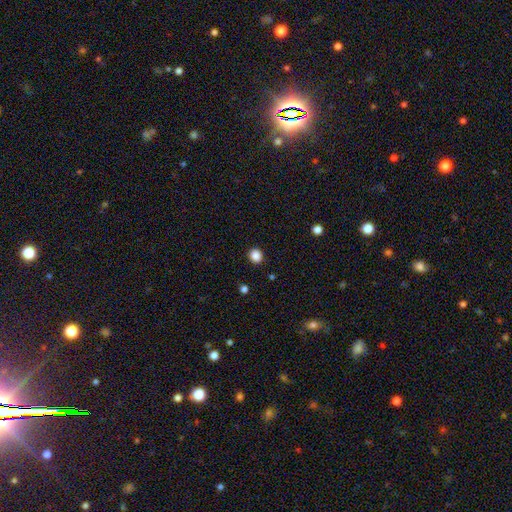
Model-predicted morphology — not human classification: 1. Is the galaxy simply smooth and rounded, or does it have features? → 86% smooth, 11% star or artifact, 3% featured or disk.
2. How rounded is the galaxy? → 84% round, 15% in between, 1% cigar-shaped.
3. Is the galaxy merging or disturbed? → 91% none, 6% minor disturbance, 2% major disturbance, 1% merger.